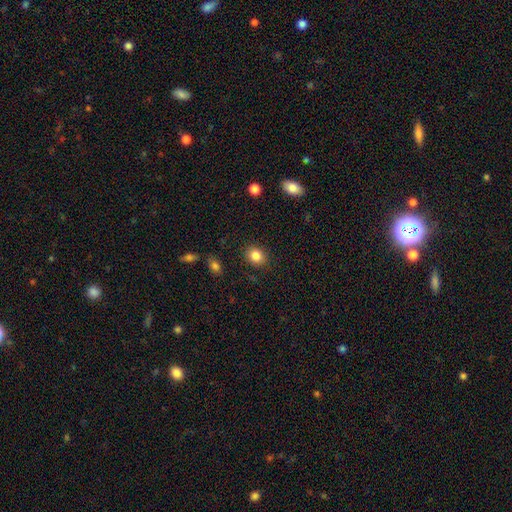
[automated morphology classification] Q: Smooth or featured?
A: smooth (84%); runner-up: star or artifact (10%)
Q: How rounded?
A: round (60%); runner-up: in between (39%)
Q: Merging?
A: none (88%); runner-up: minor disturbance (8%)